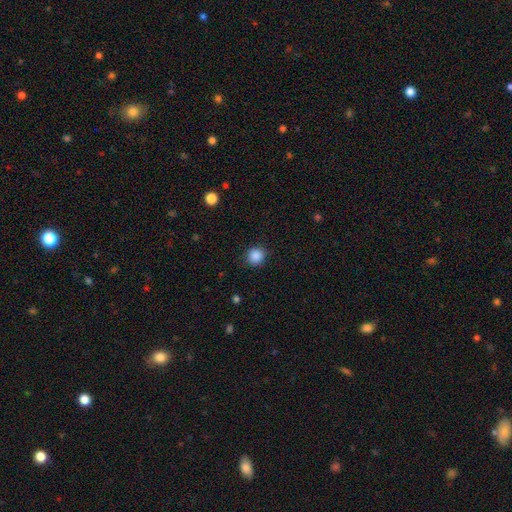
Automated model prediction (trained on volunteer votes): The model was most divided on "smooth or featured": smooth: 87%, star or artifact: 10%, featured or disk: 3%. More confident: how rounded — round (92%); merging — none (89%).